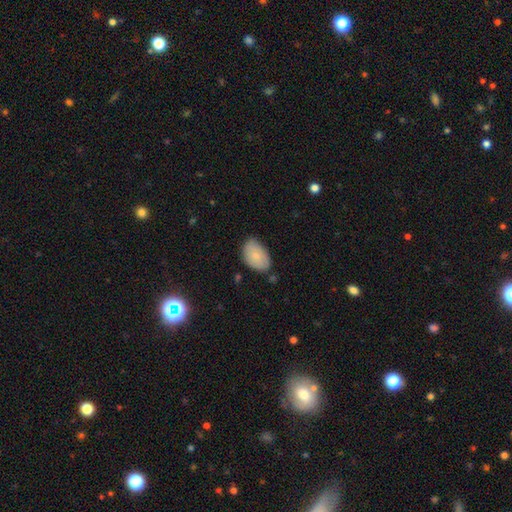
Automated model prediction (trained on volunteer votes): smooth 81%, featured or disk 13%, star or artifact 6%. Down the decision tree: how rounded — in between (91%); merging — none (70%).